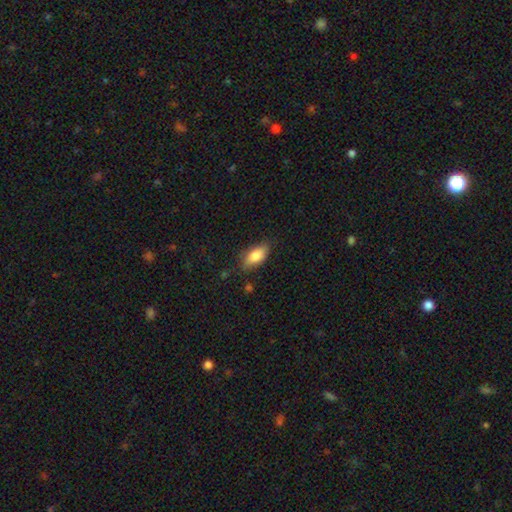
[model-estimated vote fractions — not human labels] Q: Smooth or featured?
A: smooth (82%); runner-up: featured or disk (11%)
Q: How rounded?
A: in between (87%); runner-up: cigar-shaped (9%)
Q: Merging?
A: none (75%); runner-up: minor disturbance (19%)